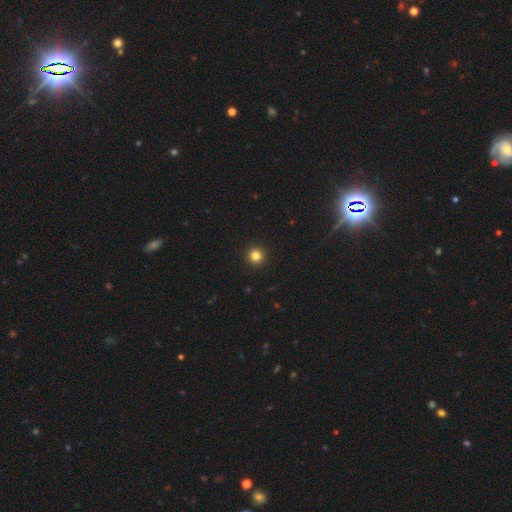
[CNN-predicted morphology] Q: Smooth or featured?
A: smooth (83%); runner-up: star or artifact (13%)
Q: How rounded?
A: round (96%); runner-up: in between (3%)
Q: Merging?
A: none (93%); runner-up: minor disturbance (4%)